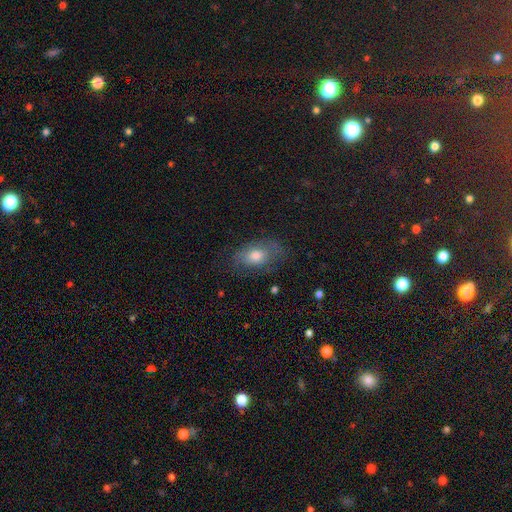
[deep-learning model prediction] A smooth galaxy with no disk features (62%) that is in between round and cigar-shaped (86%).

Vote fractions:
- Smooth or featured? smooth: 62% / featured or disk: 27% / star or artifact: 11%
- How rounded? in between: 86% / round: 11% / cigar-shaped: 3%
- Merging? none: 66% / minor disturbance: 22% / major disturbance: 10% / merger: 2%